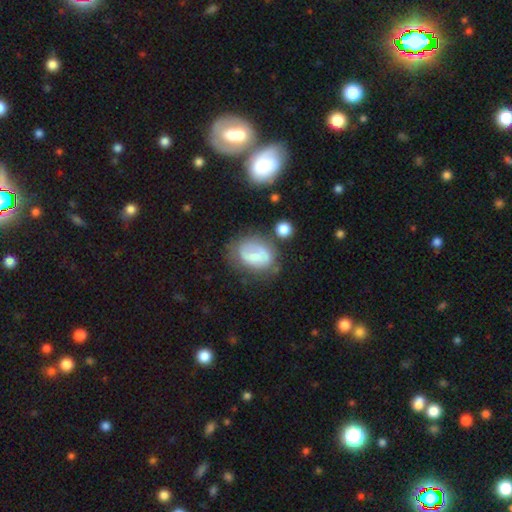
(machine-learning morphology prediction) Smooth or featured? smooth (51%)
How rounded? in between (71%)
Merging? none (50%)